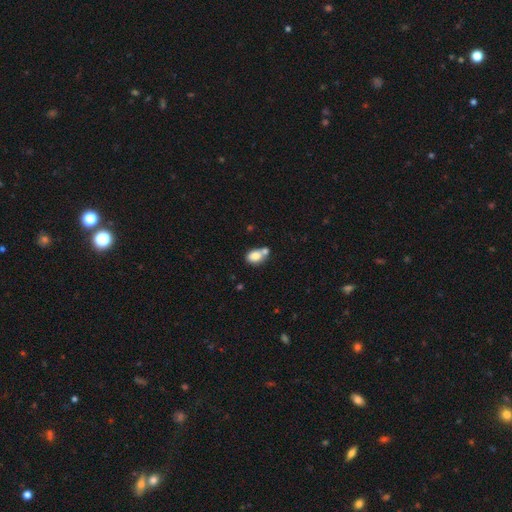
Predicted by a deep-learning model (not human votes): Smooth or featured? Predicted: smooth (p=0.80). How rounded? Predicted: in between (p=0.74). Merging? Predicted: merger (p=0.44).